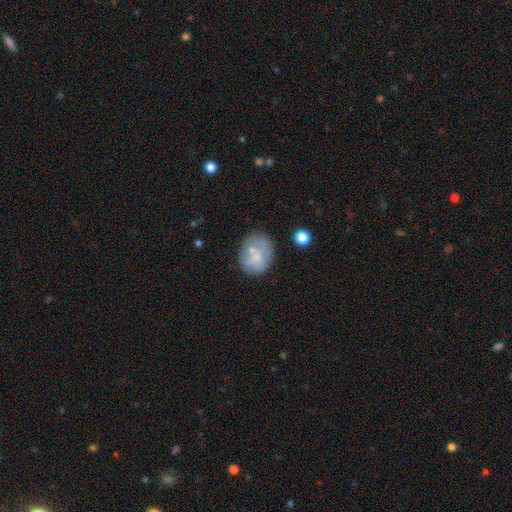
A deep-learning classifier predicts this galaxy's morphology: Smooth or featured? smooth (59%)
How rounded? in between (57%)
Merging? none (55%)